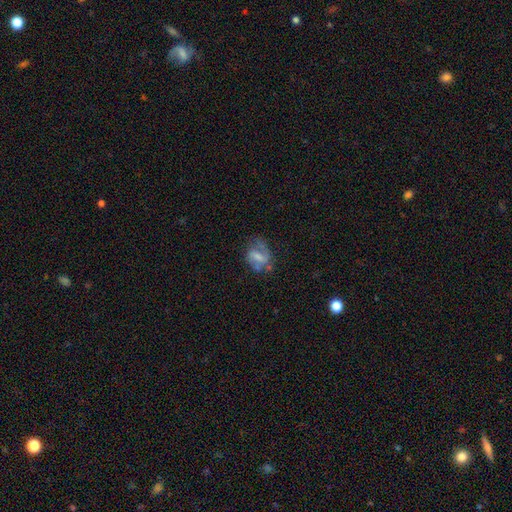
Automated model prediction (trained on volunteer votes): Q: Smooth or featured?
A: featured or disk (61%); runner-up: smooth (26%)
Q: Edge-on disk?
A: no (95%); runner-up: yes (5%)
Q: Bar?
A: weak (44%); runner-up: strong (30%)
Q: Spiral arms?
A: yes (75%); runner-up: no (25%)
Q: Bulge size?
A: small (39%); runner-up: moderate (28%)
Q: Merging?
A: none (58%); runner-up: minor disturbance (22%)